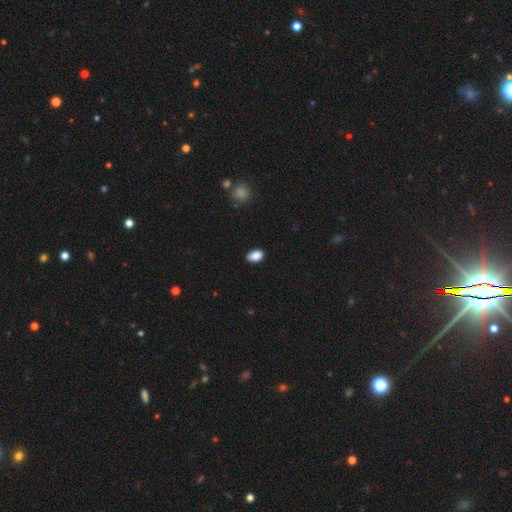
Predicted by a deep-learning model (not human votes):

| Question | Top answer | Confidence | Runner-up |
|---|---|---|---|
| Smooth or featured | smooth | 88% | star or artifact (8%) |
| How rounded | in between | 89% | round (10%) |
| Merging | none | 84% | minor disturbance (13%) |